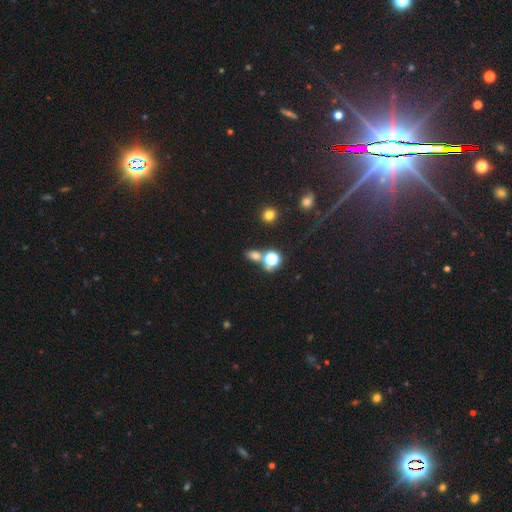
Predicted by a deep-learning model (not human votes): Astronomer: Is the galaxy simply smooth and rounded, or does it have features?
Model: smooth — 63%.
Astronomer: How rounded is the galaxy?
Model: in between — 61%.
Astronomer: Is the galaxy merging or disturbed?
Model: none — 61%.